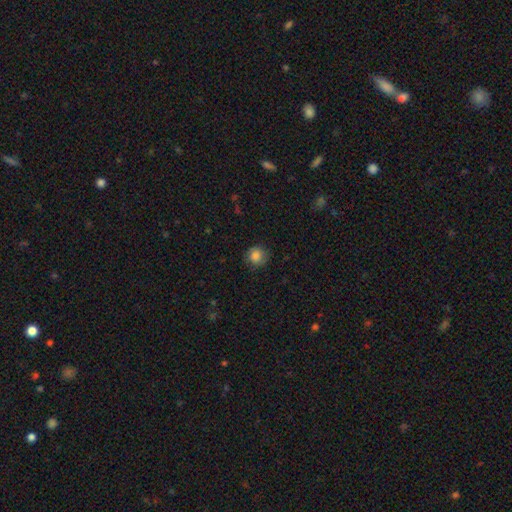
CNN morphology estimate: A smooth galaxy with no disk features (84%) that is round (90%). Merging: none (81%).